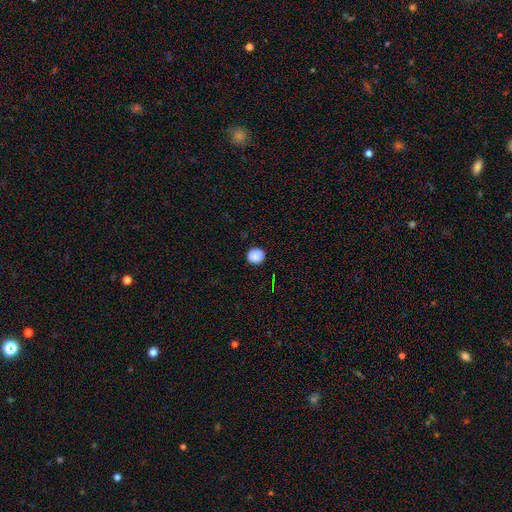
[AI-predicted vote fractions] Smooth or featured? Predicted: smooth (p=0.88). How rounded? Predicted: round (p=0.87). Merging? Predicted: none (p=0.88).